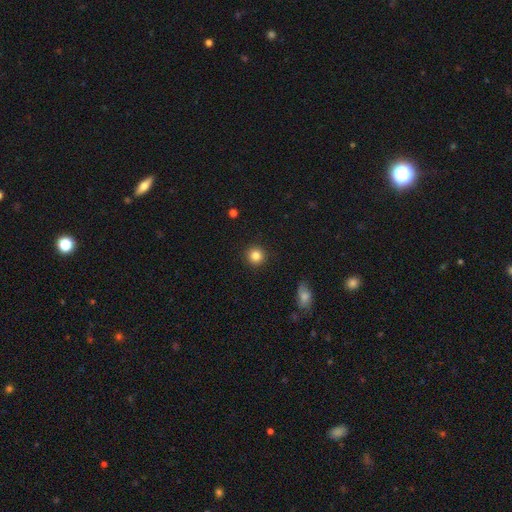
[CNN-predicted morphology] This appears to be a smooth galaxy with no disk features (84%) that is round (94%). Merging: none (92%).